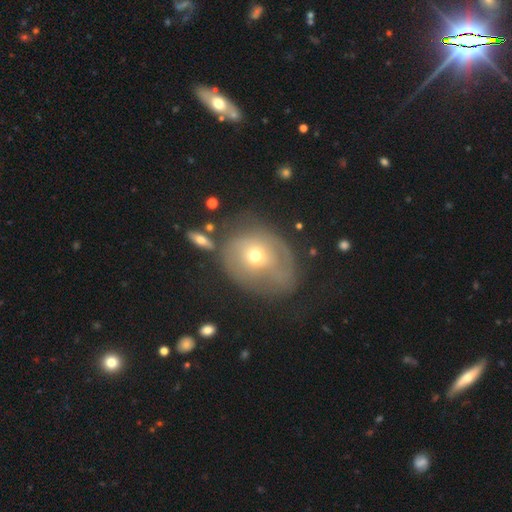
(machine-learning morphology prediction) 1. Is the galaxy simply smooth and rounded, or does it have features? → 48% smooth, 42% featured or disk, 10% star or artifact.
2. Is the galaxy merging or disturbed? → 40% none, 26% major disturbance, 26% minor disturbance, 8% merger.